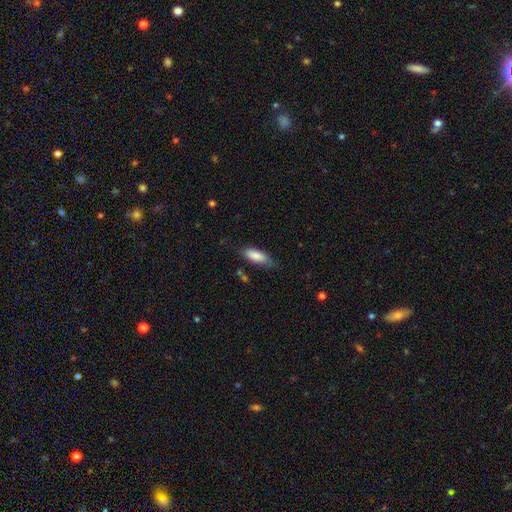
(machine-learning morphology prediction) Overall: smooth (83%). How rounded: in between (74%). Merging: none (63%; minor disturbance 27%).